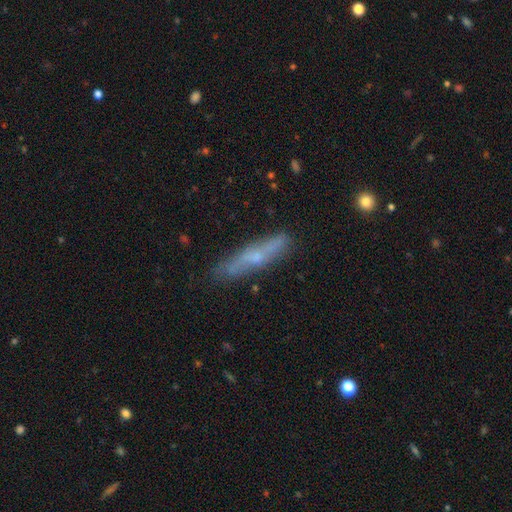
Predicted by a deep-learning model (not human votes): Morphology: type=featured or disk (50%); edge-on=yes (76%); merging=none (79%).